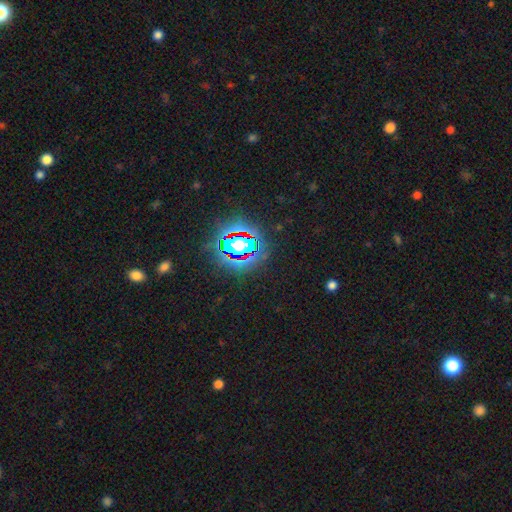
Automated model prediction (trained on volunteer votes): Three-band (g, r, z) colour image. It shows a star or artifact, not a galaxy (84%).